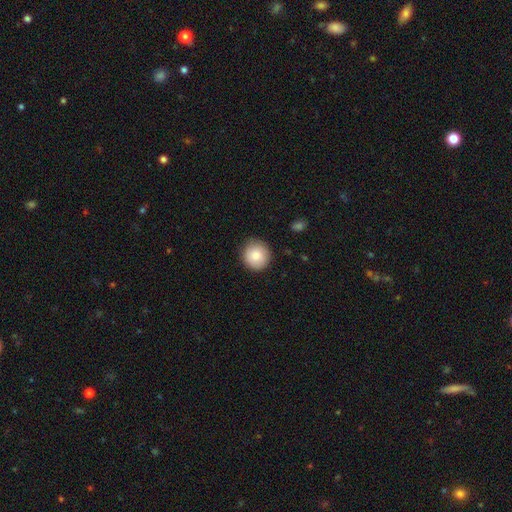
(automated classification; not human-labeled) A smooth galaxy with no disk features (85%) that is round (92%).

Vote fractions:
- Smooth or featured? smooth: 85% / featured or disk: 8% / star or artifact: 7%
- How rounded? round: 92% / in between: 7% / cigar-shaped: 1%
- Merging? none: 85% / minor disturbance: 12% / major disturbance: 2% / merger: 1%